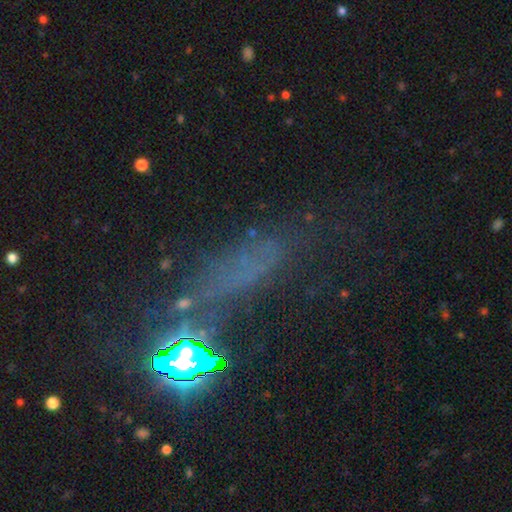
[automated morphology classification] A star or artifact, not a galaxy (49%).

Vote fractions:
- Smooth or featured? star or artifact: 49% / smooth: 32% / featured or disk: 19%